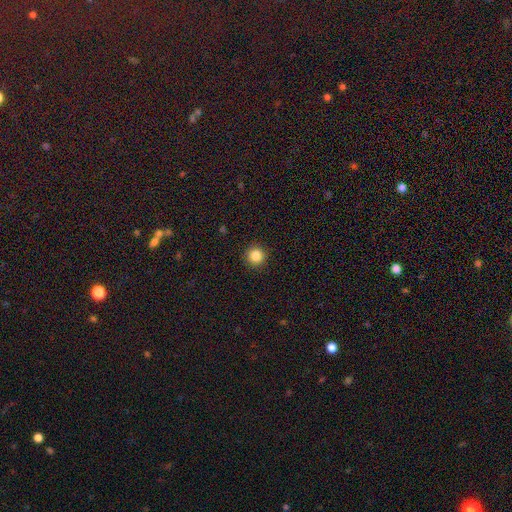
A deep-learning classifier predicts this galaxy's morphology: The model was most divided on "smooth or featured": smooth: 85%, star or artifact: 11%, featured or disk: 4%. More confident: how rounded — round (95%); merging — none (92%).